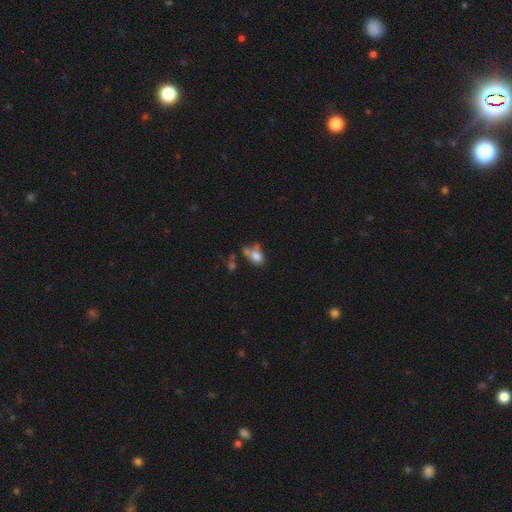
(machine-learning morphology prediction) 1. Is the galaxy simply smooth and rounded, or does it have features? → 71% smooth, 17% featured or disk, 12% star or artifact.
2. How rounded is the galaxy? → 72% in between, 25% round, 3% cigar-shaped.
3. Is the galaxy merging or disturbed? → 33% none, 28% merger, 21% minor disturbance, 19% major disturbance.